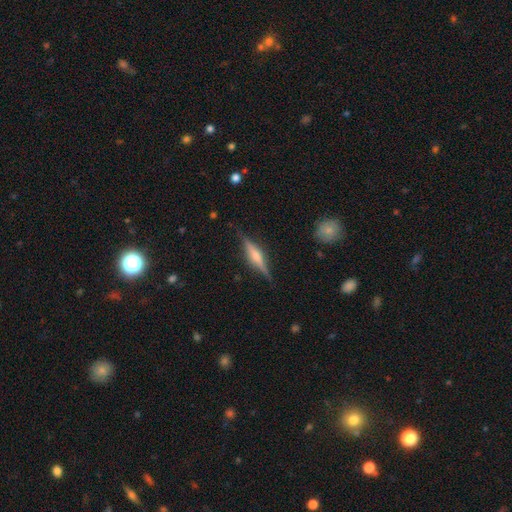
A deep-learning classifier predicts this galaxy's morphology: A featured or disk galaxy (72%) viewed edge-on (97%) with a rounded central bulge (71%).

Vote fractions:
- Smooth or featured? featured or disk: 72% / smooth: 21% / star or artifact: 7%
- Edge-on disk? yes: 97% / no: 3%
- Edge-on bulge? rounded: 71% / boxy: 21% / none: 9%
- Merging? none: 85% / minor disturbance: 11% / major disturbance: 3% / merger: 1%